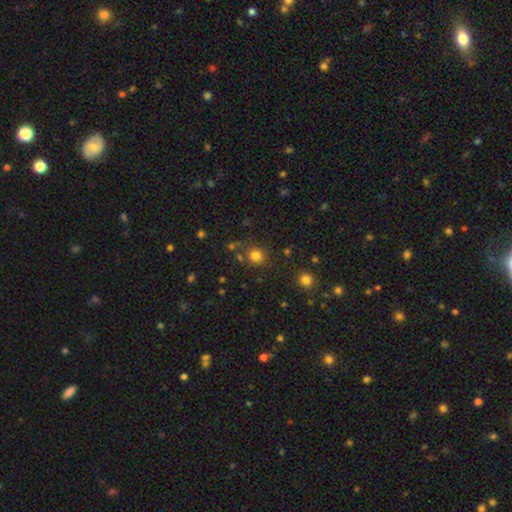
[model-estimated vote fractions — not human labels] This appears to be a smooth galaxy with no disk features (79%) that is round (90%). Merging: none (77%).